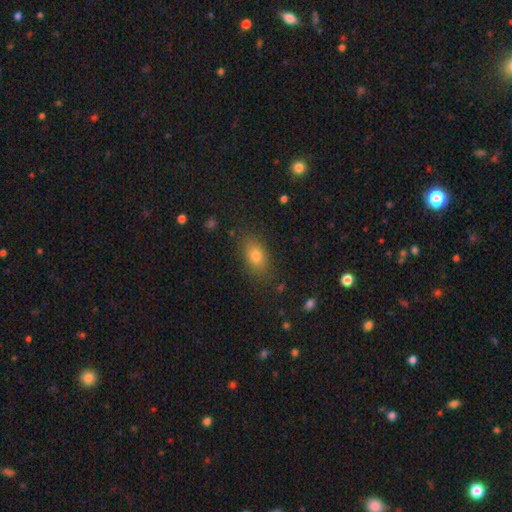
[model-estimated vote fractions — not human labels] A smooth galaxy with no disk features (77%) that is in between round and cigar-shaped (83%). Merging: none (83%).